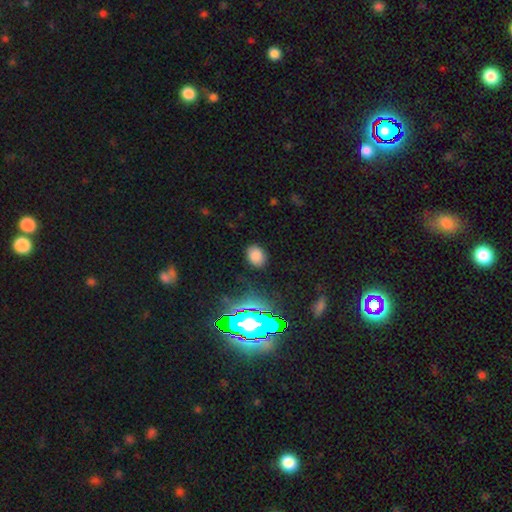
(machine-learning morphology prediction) smooth_or_featured: smooth (p=0.74) [alt: star or artifact p=0.19]
how_rounded: in between (p=0.59) [alt: round p=0.40]
merging: none (p=0.83) [alt: minor disturbance p=0.12]